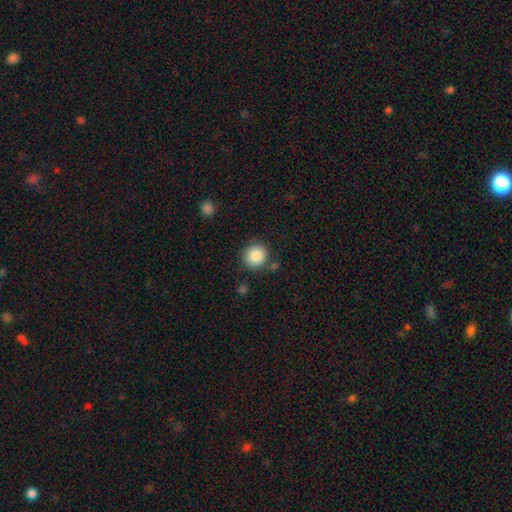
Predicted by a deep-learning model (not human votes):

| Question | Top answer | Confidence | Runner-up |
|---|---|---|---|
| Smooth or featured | smooth | 86% | star or artifact (9%) |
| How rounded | round | 90% | in between (9%) |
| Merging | none | 81% | minor disturbance (11%) |